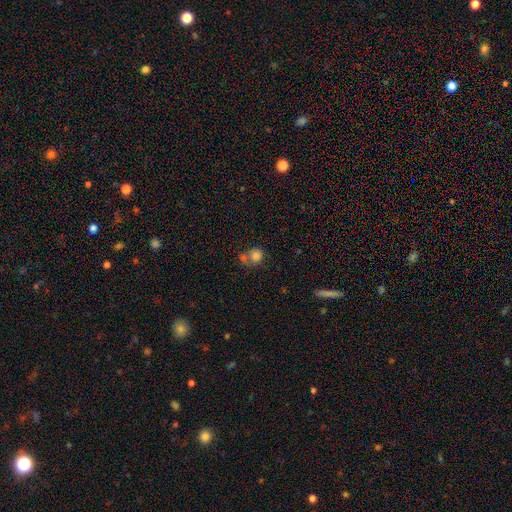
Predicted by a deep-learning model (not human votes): Smooth or featured? Predicted: smooth (p=0.78). How rounded? Predicted: round (p=0.79). Merging? Predicted: merger (p=0.42).